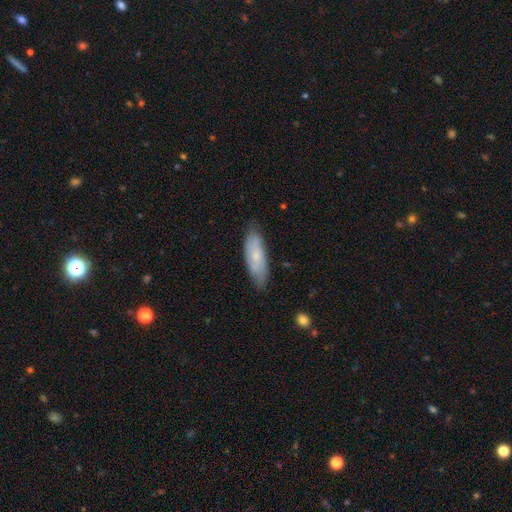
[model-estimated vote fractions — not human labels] Q: Smooth or featured?
A: smooth (60%); runner-up: featured or disk (34%)
Q: How rounded?
A: in between (62%); runner-up: cigar-shaped (36%)
Q: Merging?
A: none (75%); runner-up: minor disturbance (20%)